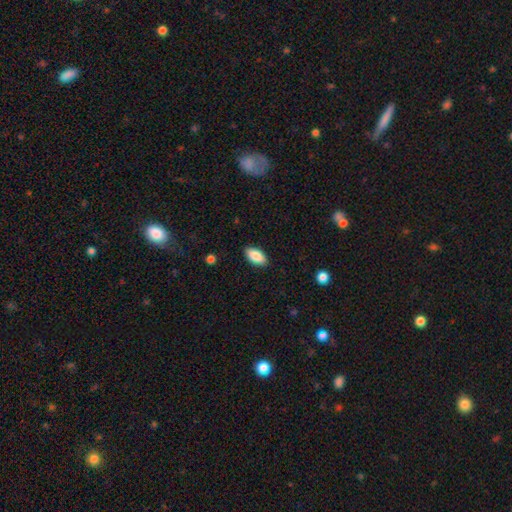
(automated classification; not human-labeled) smooth 86%, star or artifact 7%, featured or disk 7%. Down the decision tree: how rounded — in between (92%); merging — none (88%).